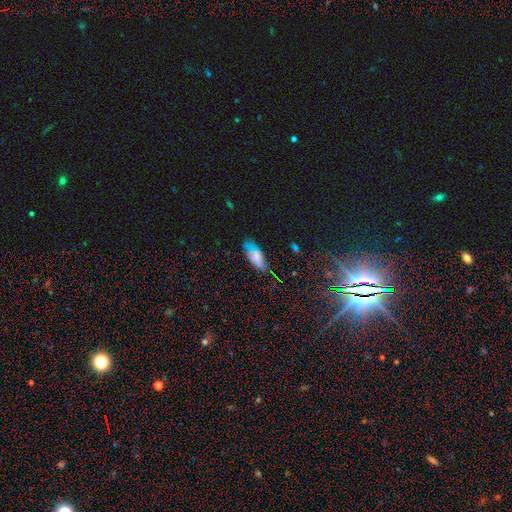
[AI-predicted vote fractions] This appears to be a smooth galaxy with no disk features (65%) that is in between round and cigar-shaped (81%). Merging: none (65%).